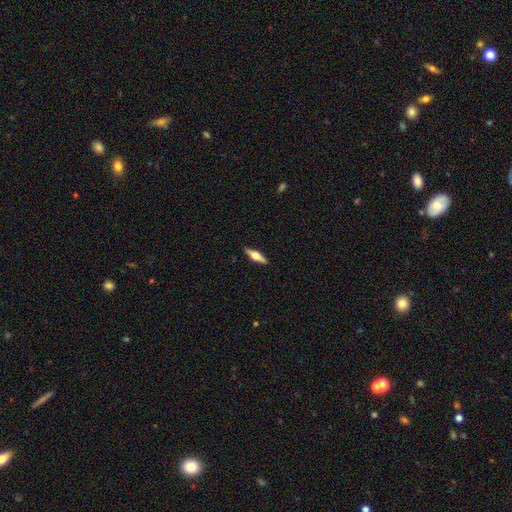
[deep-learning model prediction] A featured or disk galaxy (63%) viewed edge-on (96%) with a rounded central bulge (94%). Merging: none (90%).